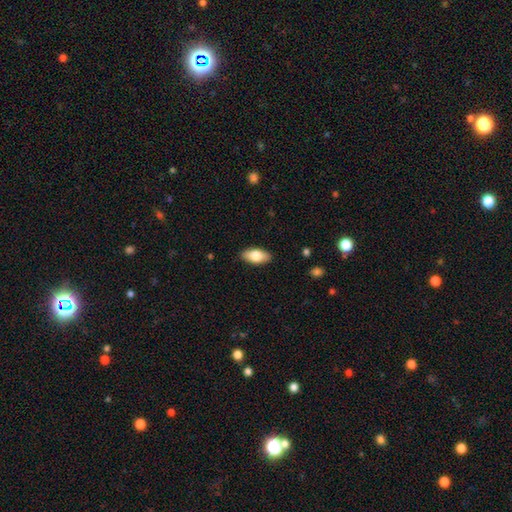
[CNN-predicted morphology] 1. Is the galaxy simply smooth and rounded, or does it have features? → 77% smooth, 17% featured or disk, 6% star or artifact.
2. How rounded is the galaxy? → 90% in between, 7% cigar-shaped, 3% round.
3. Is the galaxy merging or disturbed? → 88% none, 9% minor disturbance, 2% major disturbance, 1% merger.